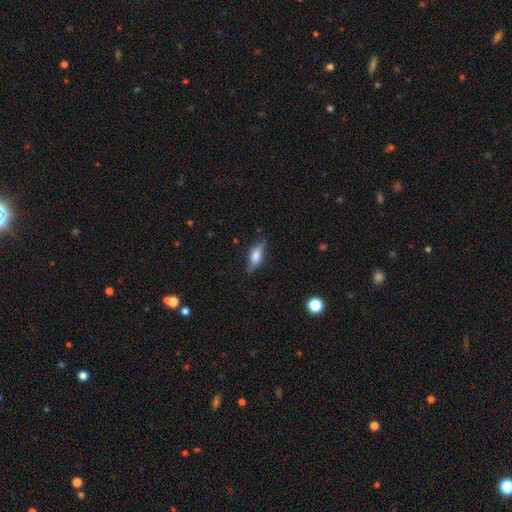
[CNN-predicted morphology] smooth 55%, featured or disk 38%, star or artifact 7%. Down the decision tree: how rounded — in between (66%); merging — none (76%).